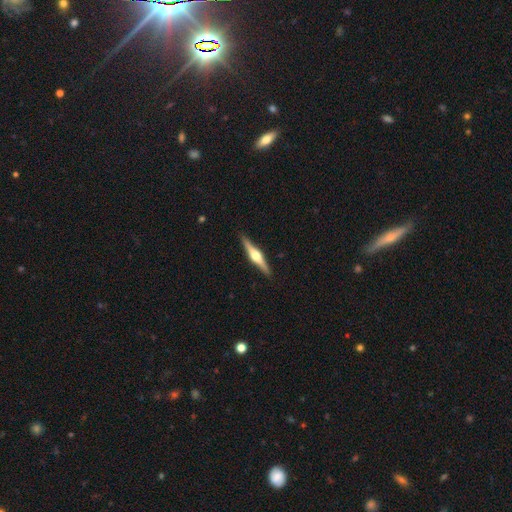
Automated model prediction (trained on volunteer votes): featured or disk 76%, smooth 20%, star or artifact 5%. Down the decision tree: edge-on disk — yes (98%); edge-on bulge — rounded (93%); merging — none (91%).